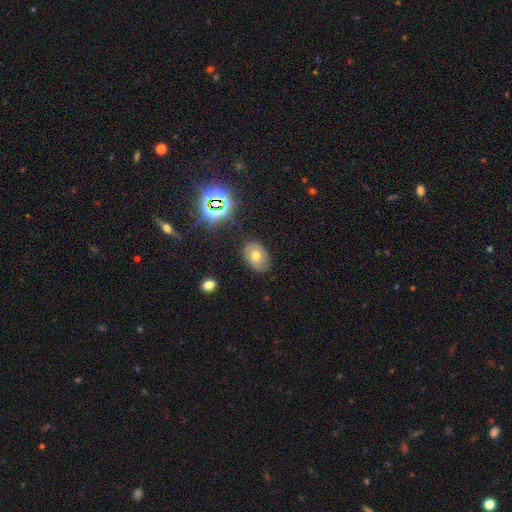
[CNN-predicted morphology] Smooth or featured: smooth — 59% (featured or disk — 24%)
How rounded: in between — 82% (round — 17%)
Merging: none — 78% (minor disturbance — 16%)